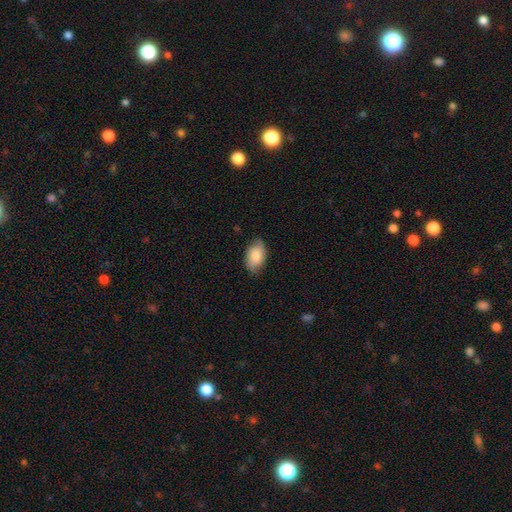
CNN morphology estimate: A smooth galaxy with no disk features (81%) that is in between round and cigar-shaped (92%).

Vote fractions:
- Smooth or featured? smooth: 81% / featured or disk: 12% / star or artifact: 6%
- How rounded? in between: 92% / round: 7% / cigar-shaped: 1%
- Merging? none: 78% / minor disturbance: 18% / major disturbance: 3% / merger: 1%